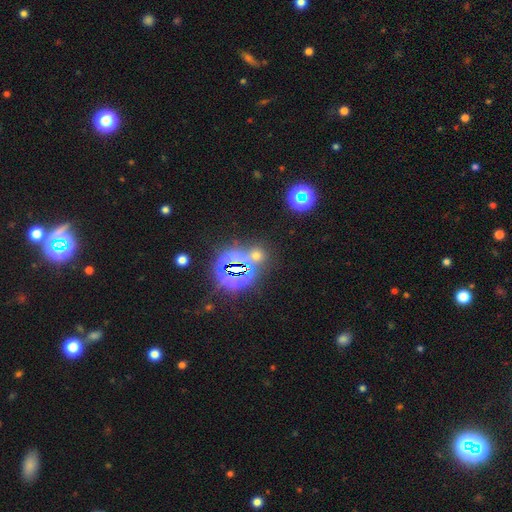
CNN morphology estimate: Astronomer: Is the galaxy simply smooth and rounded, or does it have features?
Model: star or artifact — 55% (runner-up: smooth, 38%).